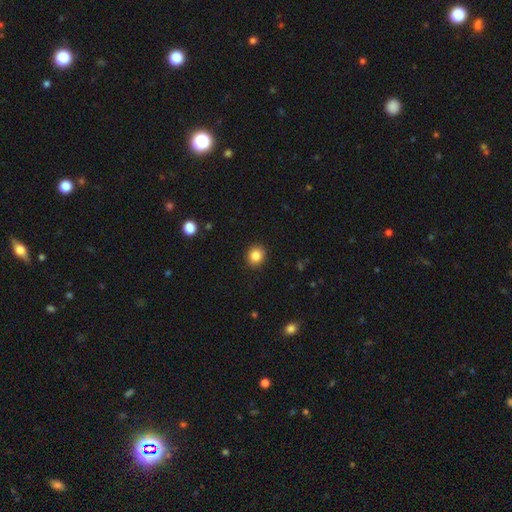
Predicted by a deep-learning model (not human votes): A smooth galaxy with no disk features (86%) that is round (78%). Merging: none (91%).